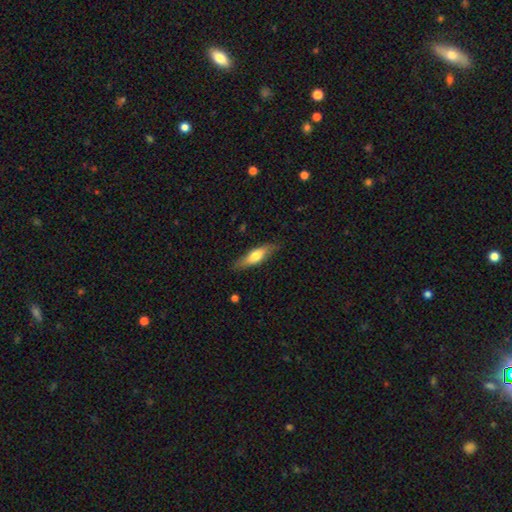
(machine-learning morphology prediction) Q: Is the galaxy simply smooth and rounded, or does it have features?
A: smooth — 60%.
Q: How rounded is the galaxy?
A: cigar-shaped — 55%.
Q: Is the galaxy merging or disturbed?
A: none — 83%.